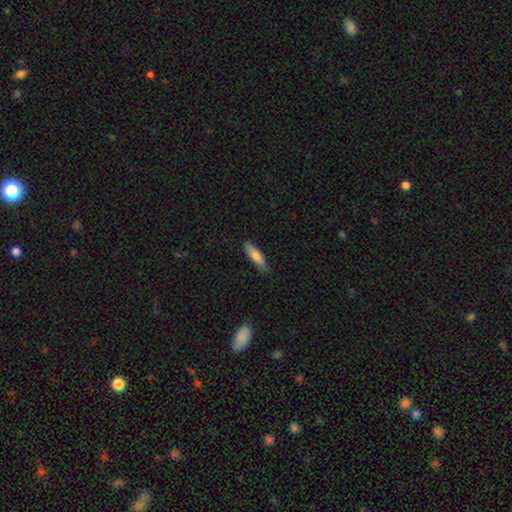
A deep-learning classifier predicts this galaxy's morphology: A smooth galaxy with no disk features (75%) that is cigar-shaped (62%).

Vote fractions:
- Smooth or featured? smooth: 75% / featured or disk: 19% / star or artifact: 6%
- How rounded? cigar-shaped: 62% / in between: 36% / round: 2%
- Merging? none: 80% / minor disturbance: 16% / major disturbance: 3% / merger: 1%